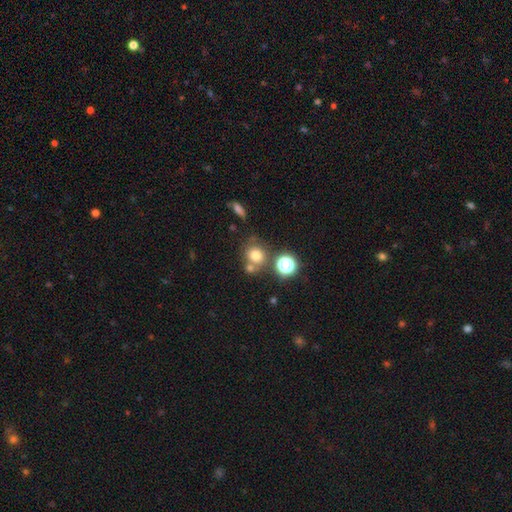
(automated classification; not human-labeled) This appears to be a smooth galaxy with no disk features (74%) that is round (82%). Merging: none (58%).